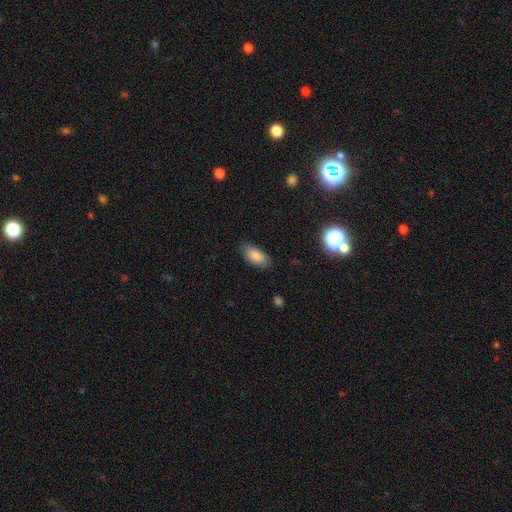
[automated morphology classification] The model was most divided on "merging": none: 81%, minor disturbance: 15%, major disturbance: 3%, merger: 1%. More confident: how rounded — in between (90%); smooth or featured — smooth (86%).